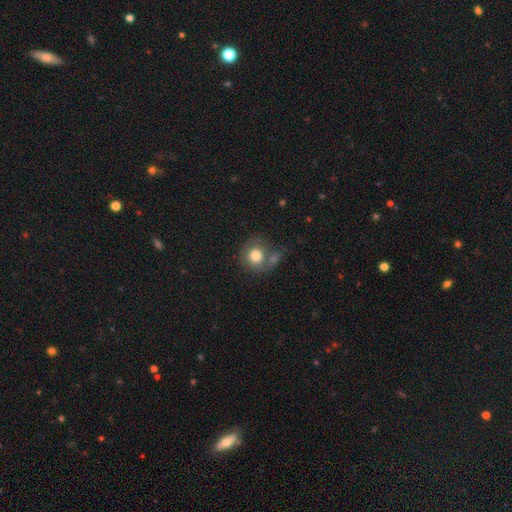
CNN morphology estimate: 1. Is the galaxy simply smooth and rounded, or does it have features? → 77% smooth, 15% featured or disk, 8% star or artifact.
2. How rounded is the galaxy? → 83% round, 16% in between, 1% cigar-shaped.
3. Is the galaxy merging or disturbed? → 43% none, 29% merger, 17% minor disturbance, 11% major disturbance.